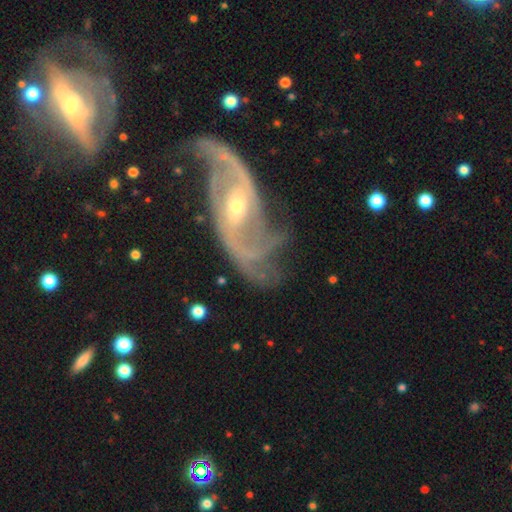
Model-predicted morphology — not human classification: A featured or disk galaxy (91%) with a weak bar (38%), 2 (85%) loose (56%) spiral arms (96%) and a small central bulge (64%). Merging: none (57%).